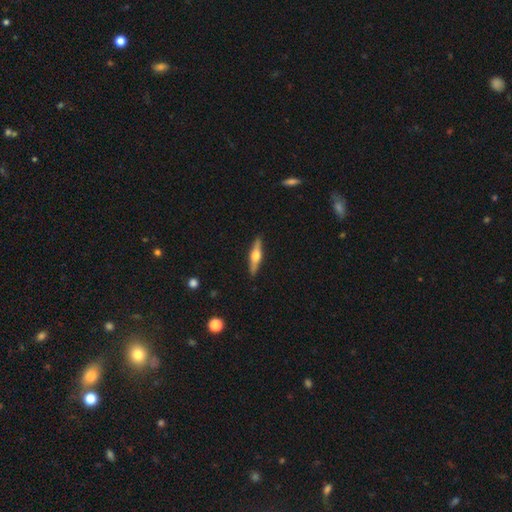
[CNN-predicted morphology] featured or disk 68%, smooth 26%, star or artifact 5%. Down the decision tree: edge-on disk — yes (97%); edge-on bulge — rounded (94%); merging — none (91%).